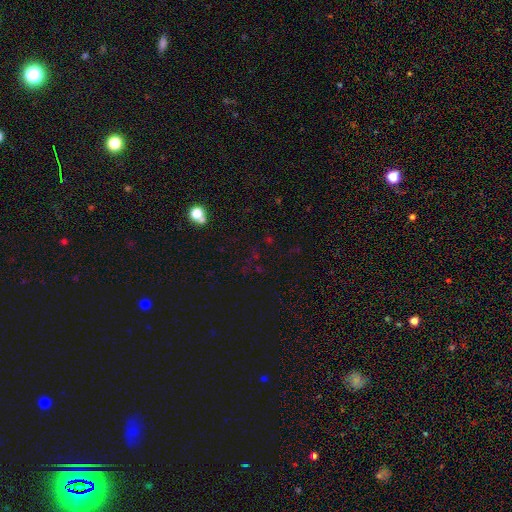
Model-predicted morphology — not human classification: smooth-or-featured: star or artifact: 62% | smooth: 28% | featured or disk: 10%